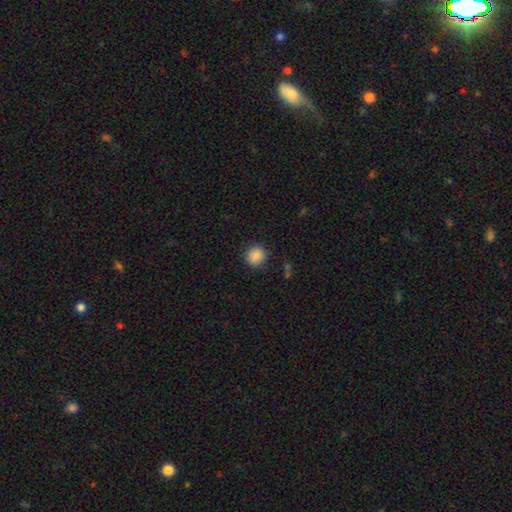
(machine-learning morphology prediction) A smooth galaxy with no disk features (88%) that is round (90%). Merging: none (89%).